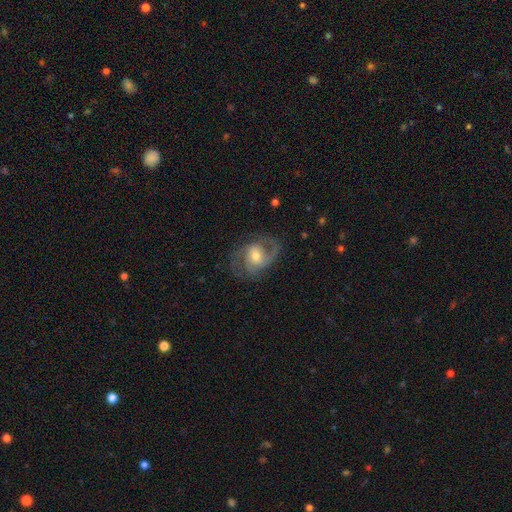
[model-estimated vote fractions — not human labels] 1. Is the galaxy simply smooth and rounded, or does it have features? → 83% featured or disk, 11% smooth, 6% star or artifact.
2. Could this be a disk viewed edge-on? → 98% no, 2% yes.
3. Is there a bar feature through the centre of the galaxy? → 52% no, 40% weak, 8% strong.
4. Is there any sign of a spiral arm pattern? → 95% yes, 5% no.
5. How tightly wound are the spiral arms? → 52% medium, 26% tight, 22% loose.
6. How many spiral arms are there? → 53% 2, 21% 3, 12% can't tell, 7% 1, 4% 4, 3% more than 4.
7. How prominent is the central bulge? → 65% moderate, 26% small, 7% large, 1% none, 1% dominant.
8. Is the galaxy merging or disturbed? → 68% none, 18% minor disturbance, 13% major disturbance, 1% merger.